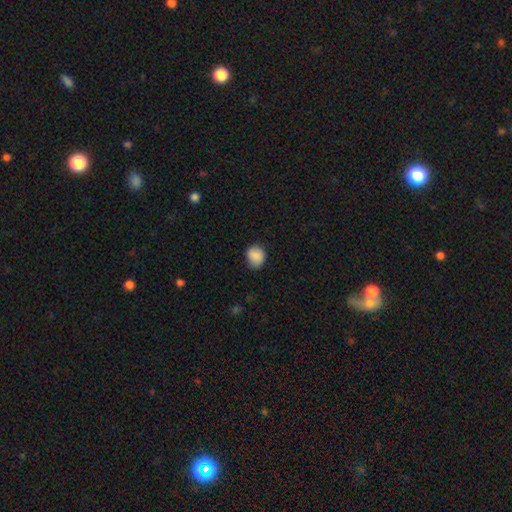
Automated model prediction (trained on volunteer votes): This is clearly a smooth galaxy (88%). How rounded: likely round (75%). Merging: clearly none (81%).